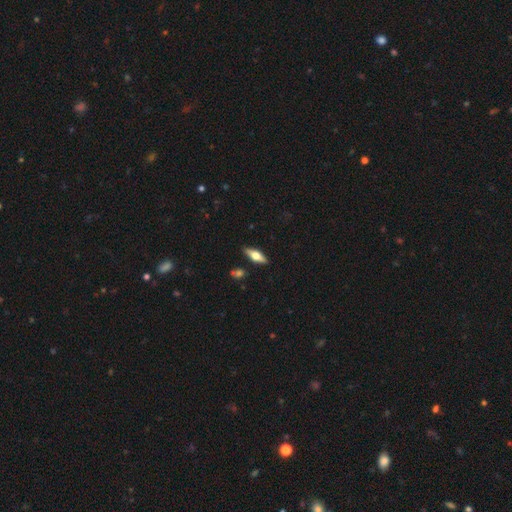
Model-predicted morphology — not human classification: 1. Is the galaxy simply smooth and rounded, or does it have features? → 54% featured or disk, 39% smooth, 6% star or artifact.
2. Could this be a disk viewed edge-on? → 92% yes, 8% no.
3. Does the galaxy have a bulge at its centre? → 93% rounded, 5% boxy, 2% none.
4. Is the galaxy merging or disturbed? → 86% none, 9% minor disturbance, 3% merger, 2% major disturbance.